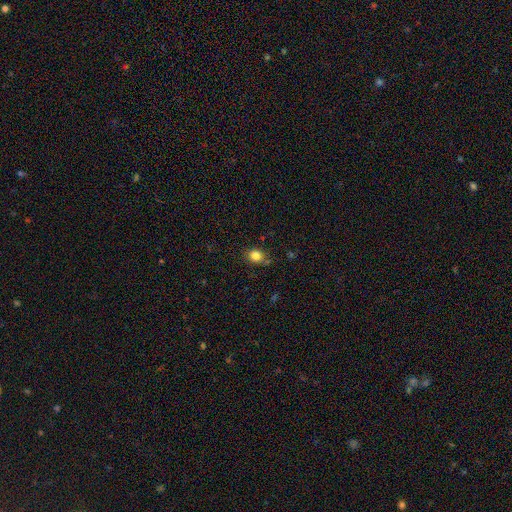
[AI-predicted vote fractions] Smooth or featured? Predicted: smooth (p=0.82). How rounded? Predicted: round (p=0.68). Merging? Predicted: none (p=0.79).